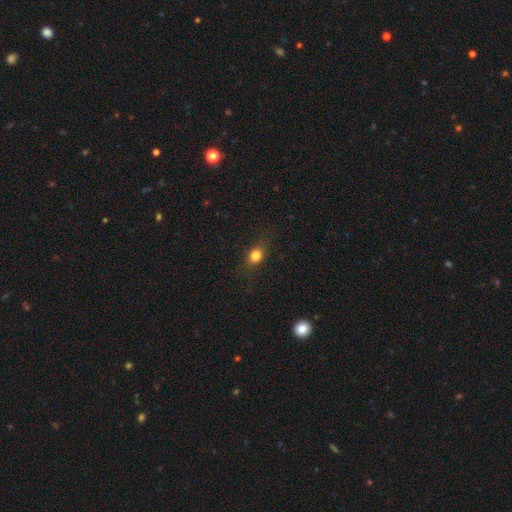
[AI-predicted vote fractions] smooth_or_featured: smooth (p=0.79) [alt: star or artifact p=0.12]
how_rounded: round (p=0.53) [alt: in between p=0.43]
merging: none (p=0.80) [alt: minor disturbance p=0.14]